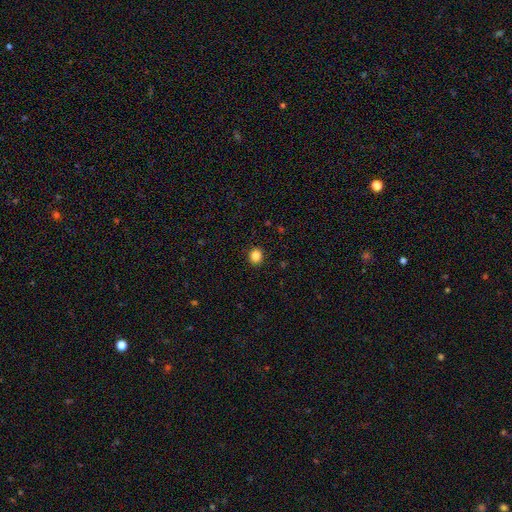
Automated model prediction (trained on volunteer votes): Morphology: type=smooth (86%); roundness=round (81%); merging=none (91%).